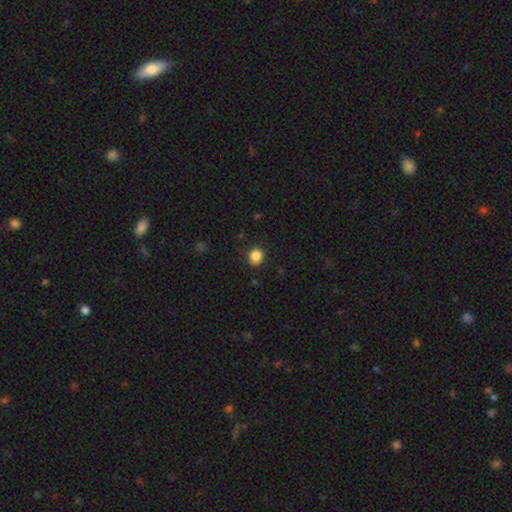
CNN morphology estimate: smooth_or_featured: smooth (p=0.85) [alt: star or artifact p=0.11]
how_rounded: round (p=0.82) [alt: in between p=0.18]
merging: none (p=0.84) [alt: minor disturbance p=0.12]